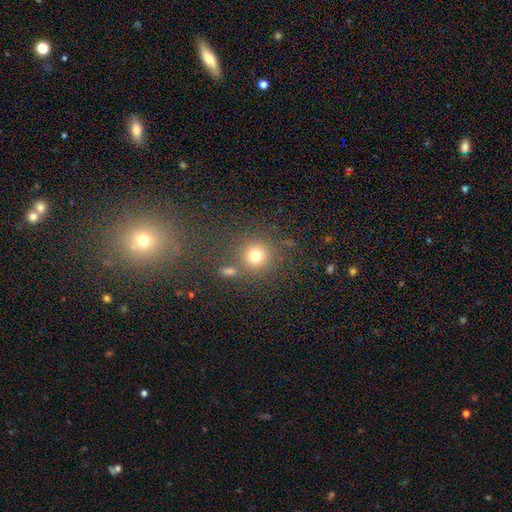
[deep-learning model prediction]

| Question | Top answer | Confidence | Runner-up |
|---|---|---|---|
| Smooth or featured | smooth | 75% | star or artifact (16%) |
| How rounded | round | 90% | in between (9%) |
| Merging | none | 73% | merger (11%) |